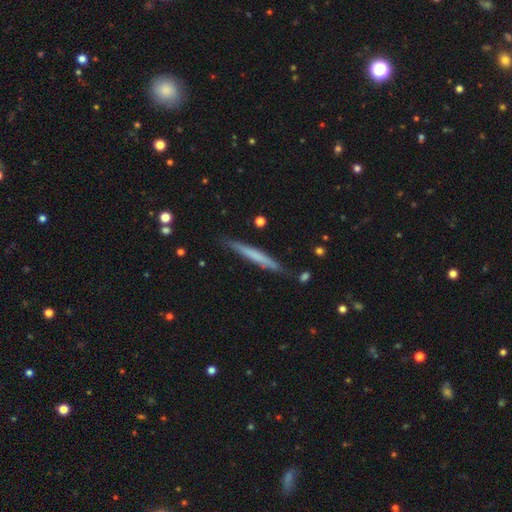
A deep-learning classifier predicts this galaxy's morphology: Smooth or featured: smooth — 56% (featured or disk — 38%)
How rounded: cigar-shaped — 96% (in between — 3%)
Merging: none — 86% (minor disturbance — 11%)